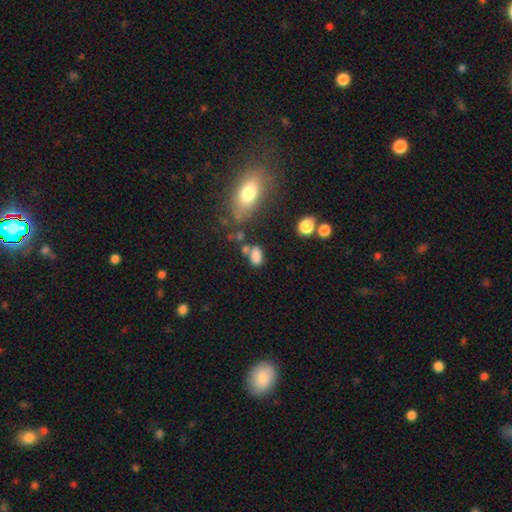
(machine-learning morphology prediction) The model was most divided on "merging": none: 53%, merger: 21%, minor disturbance: 18%, major disturbance: 8%. More confident: how rounded — in between (86%); smooth or featured — smooth (79%).